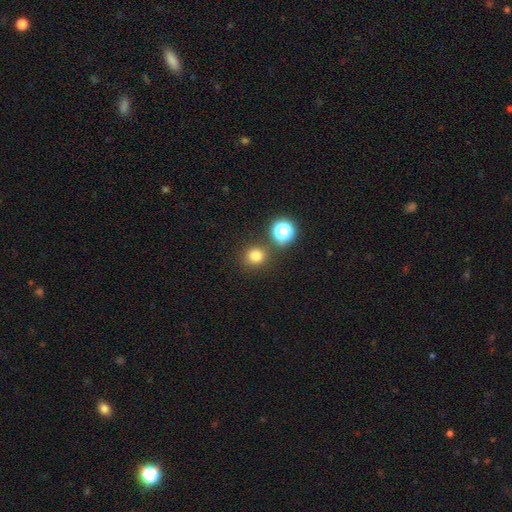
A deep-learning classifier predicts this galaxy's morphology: smooth-or-featured: smooth: 76% | star or artifact: 18% | featured or disk: 6%
  how-rounded: round: 87% | in between: 12% | cigar-shaped: 1%
  merging: none: 82% | minor disturbance: 8% | merger: 7% | major disturbance: 3%